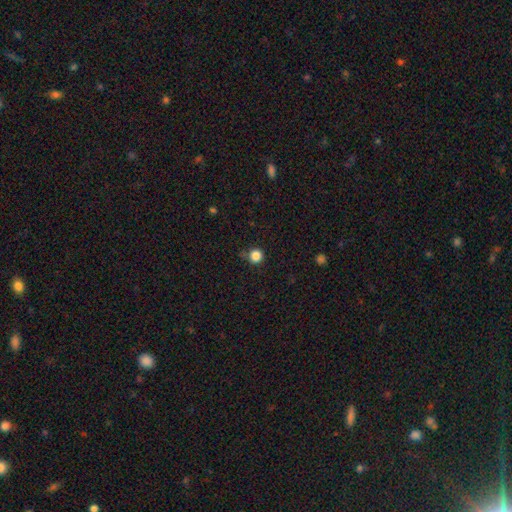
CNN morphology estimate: A smooth galaxy with no disk features (85%) that is round (95%).

Vote fractions:
- Smooth or featured? smooth: 85% / star or artifact: 12% / featured or disk: 3%
- How rounded? round: 95% / in between: 4% / cigar-shaped: 1%
- Merging? none: 83% / minor disturbance: 11% / major disturbance: 3% / merger: 3%